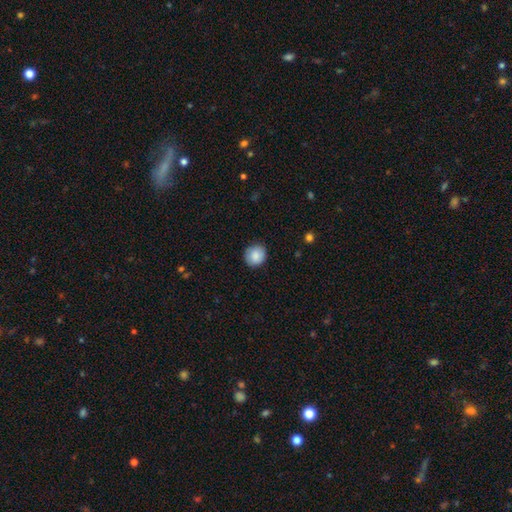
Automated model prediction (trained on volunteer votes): This appears to be a smooth galaxy with no disk features (86%) that is round (89%). Merging: none (88%).